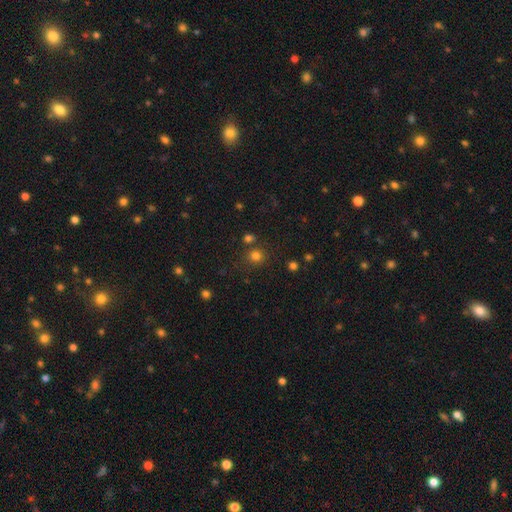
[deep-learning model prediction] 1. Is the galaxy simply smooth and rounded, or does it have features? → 77% smooth, 17% star or artifact, 5% featured or disk.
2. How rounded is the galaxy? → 87% round, 12% in between, 1% cigar-shaped.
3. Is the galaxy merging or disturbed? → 77% none, 10% merger, 9% minor disturbance, 4% major disturbance.